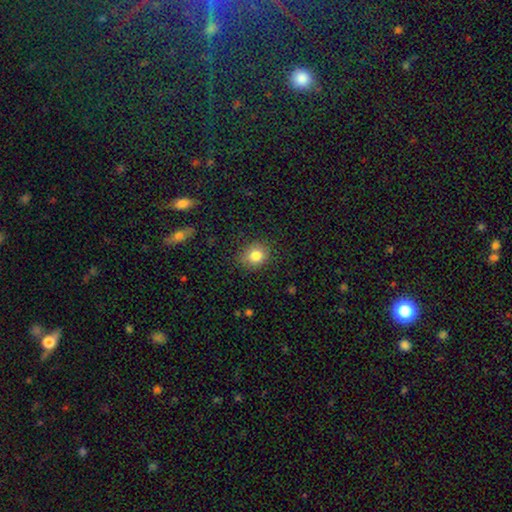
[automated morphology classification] Smooth or featured? smooth (83%)
How rounded? round (68%)
Merging? none (82%)